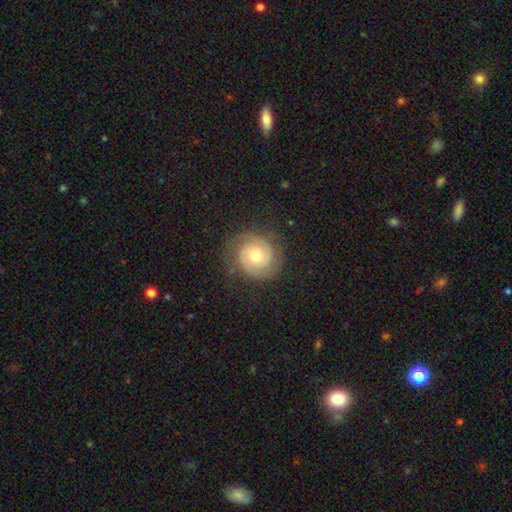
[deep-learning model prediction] A featured or disk galaxy (74%) with no bar (77%), 2 (82%) tight (68%) spiral arms (93%) and a moderate central bulge (65%). Merging: none (82%).